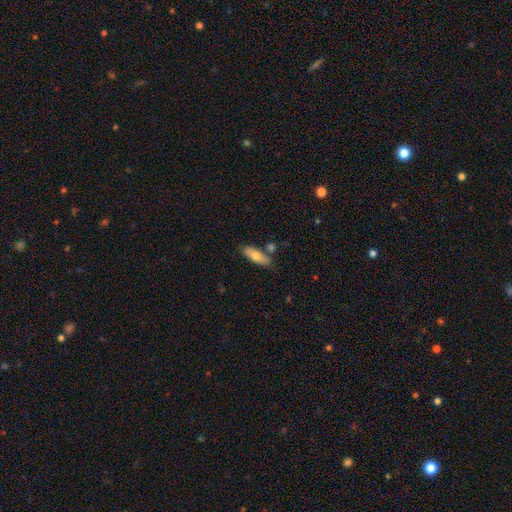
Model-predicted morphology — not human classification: A smooth galaxy with no disk features (68%) that is in between round and cigar-shaped (61%).

Vote fractions:
- Smooth or featured? smooth: 68% / featured or disk: 26% / star or artifact: 6%
- How rounded? in between: 61% / cigar-shaped: 37% / round: 3%
- Merging? none: 75% / minor disturbance: 13% / merger: 9% / major disturbance: 3%